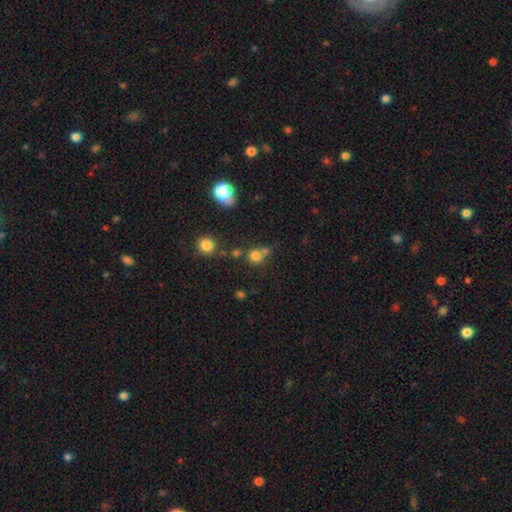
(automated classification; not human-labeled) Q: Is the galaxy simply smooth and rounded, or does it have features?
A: smooth — 74%.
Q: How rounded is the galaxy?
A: round — 87%.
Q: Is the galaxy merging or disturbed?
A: none — 56%.